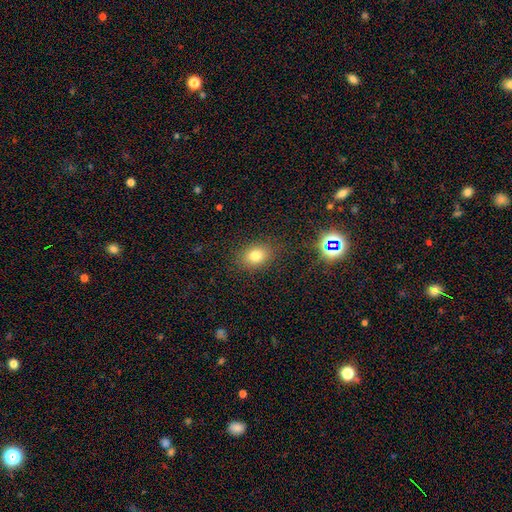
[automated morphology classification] Q: Smooth or featured?
A: smooth (78%); runner-up: star or artifact (13%)
Q: How rounded?
A: in between (65%); runner-up: round (34%)
Q: Merging?
A: none (84%); runner-up: minor disturbance (10%)